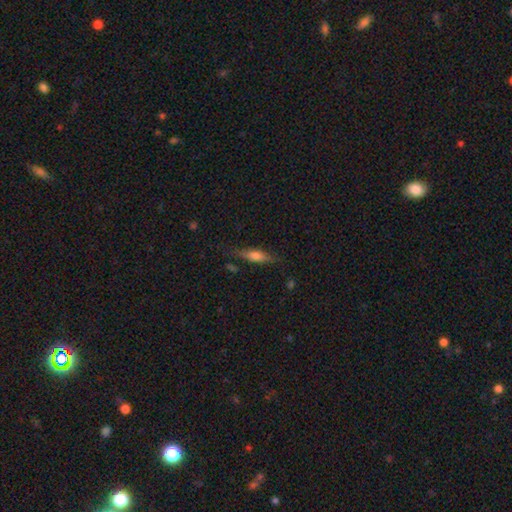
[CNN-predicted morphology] smooth-or-featured: smooth: 56% | featured or disk: 36% | star or artifact: 8%
  how-rounded: cigar-shaped: 63% | in between: 34% | round: 3%
  merging: none: 76% | minor disturbance: 17% | major disturbance: 5% | merger: 2%